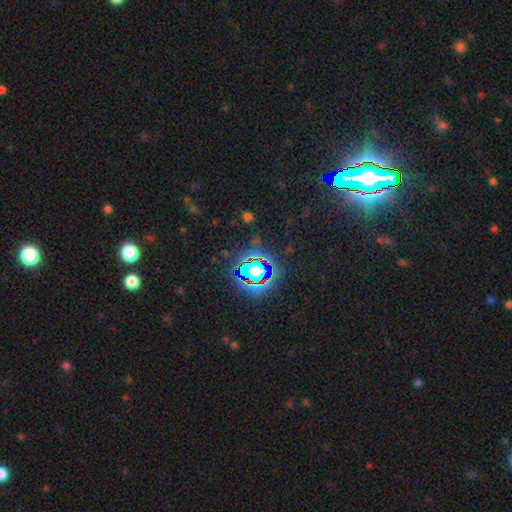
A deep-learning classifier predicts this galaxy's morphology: Smooth or featured?
  - star or artifact: 84% *
  - smooth: 9%
  - featured or disk: 8%